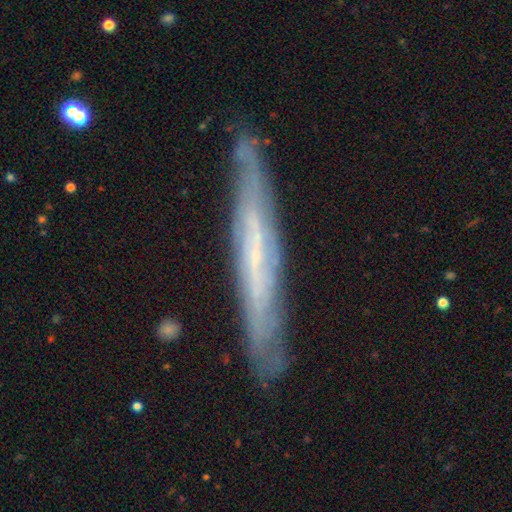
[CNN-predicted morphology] Overall: featured or disk (70%). Edge-on disk: yes (78%). Edge-on bulge: none (81%). Merging: none (82%).